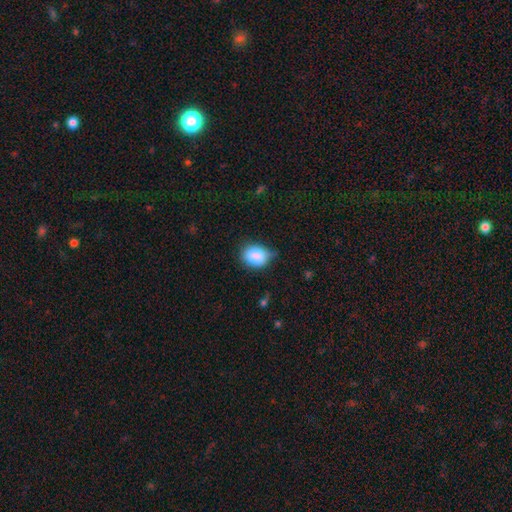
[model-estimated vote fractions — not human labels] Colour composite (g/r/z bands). It shows a smooth galaxy with no disk features (86%) that is round (50%). Merging: none (61%).